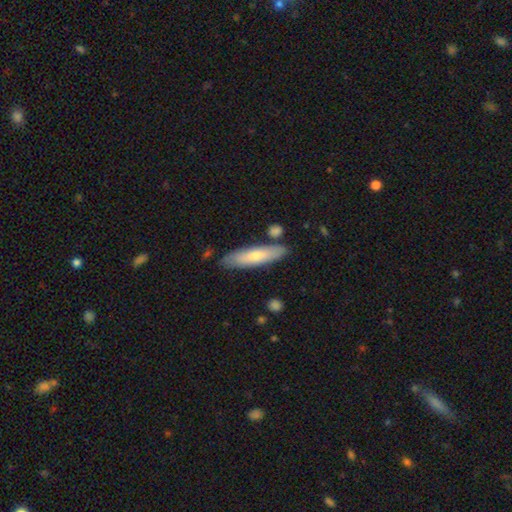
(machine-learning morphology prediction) smooth_or_featured: smooth (p=0.66) [alt: featured or disk p=0.28]
how_rounded: cigar-shaped (p=0.75) [alt: in between p=0.23]
merging: none (p=0.81) [alt: minor disturbance p=0.12]